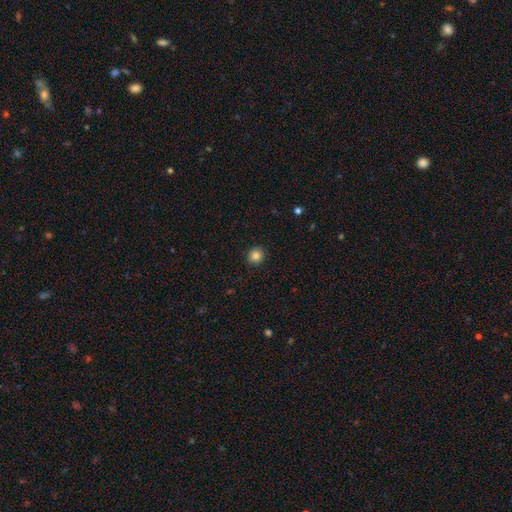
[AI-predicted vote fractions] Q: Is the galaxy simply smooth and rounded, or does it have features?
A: smooth — 84%.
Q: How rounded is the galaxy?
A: round — 90%.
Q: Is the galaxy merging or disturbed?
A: none — 92%.